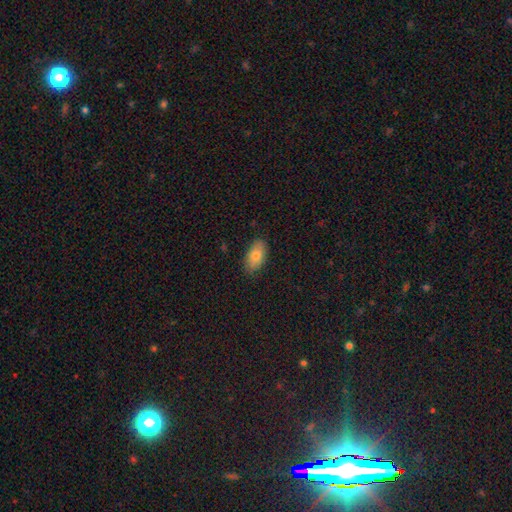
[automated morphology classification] This is likely a smooth galaxy (80%). How rounded: clearly in between (93%). Merging: clearly none (85%).